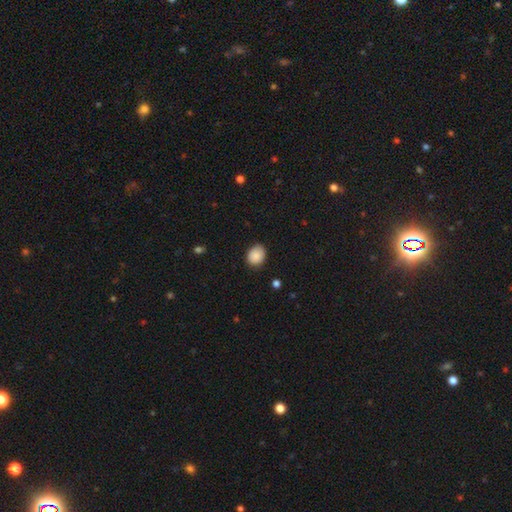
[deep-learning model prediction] This appears to be a smooth galaxy with no disk features (88%) that is round (51%). Merging: none (82%).